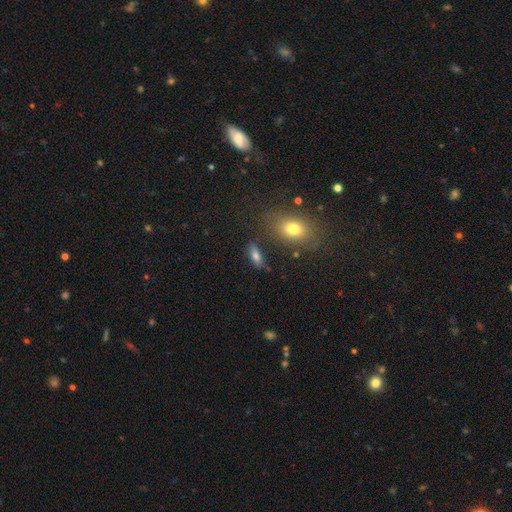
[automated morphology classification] Overall: smooth (73%). How rounded: in between (74%). Merging: none (74%).